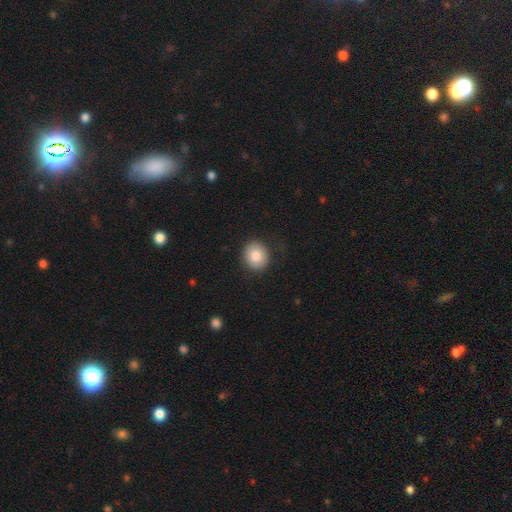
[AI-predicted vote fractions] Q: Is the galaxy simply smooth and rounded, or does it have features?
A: smooth — 83%.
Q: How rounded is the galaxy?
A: round — 80%.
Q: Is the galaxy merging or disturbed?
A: none — 86%.